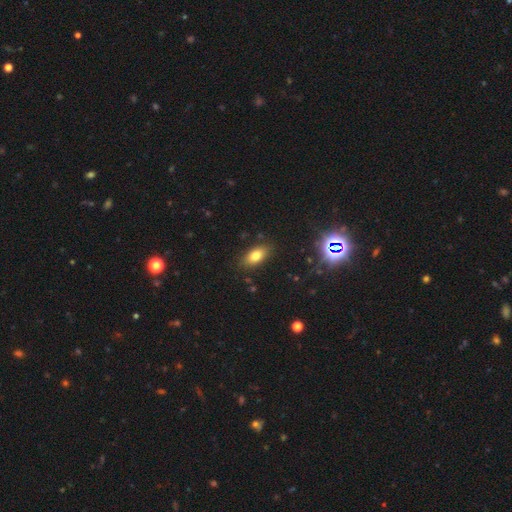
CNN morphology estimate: type=smooth (77%); roundness=in between (87%); merging=none (86%).